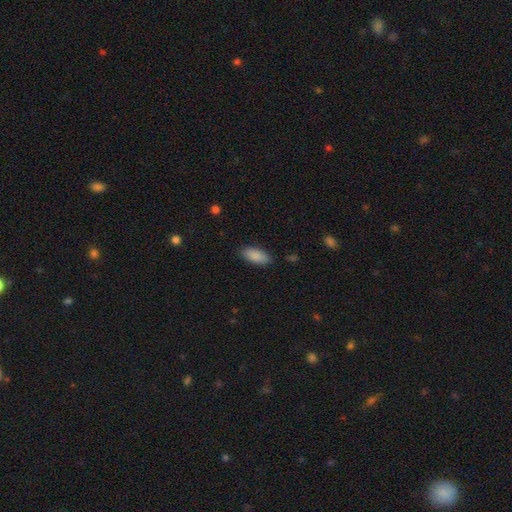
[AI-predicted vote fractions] Smooth or featured? Predicted: smooth (p=0.88). How rounded? Predicted: in between (p=0.88). Merging? Predicted: none (p=0.86).